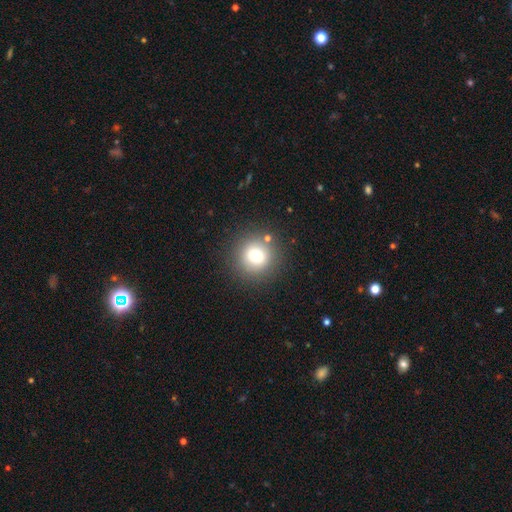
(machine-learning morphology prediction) Smooth or featured? smooth (73%)
How rounded? round (94%)
Merging? none (85%)